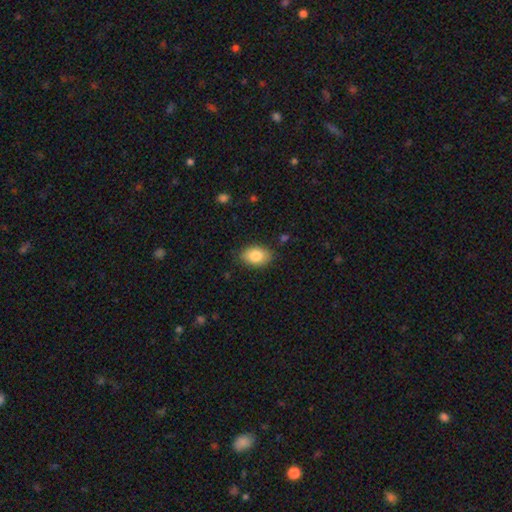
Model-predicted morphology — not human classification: smooth 83%, featured or disk 10%, star or artifact 7%. Down the decision tree: how rounded — in between (85%); merging — none (84%).